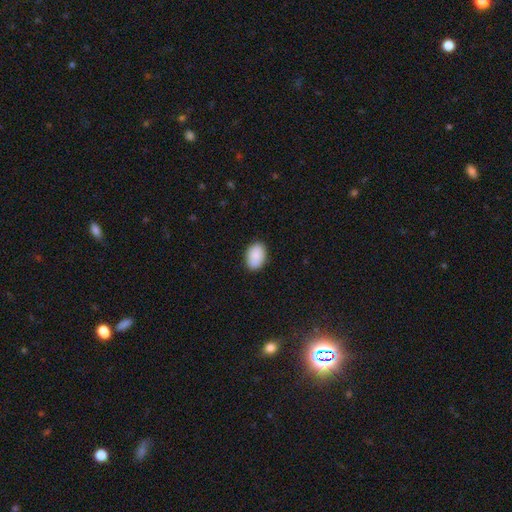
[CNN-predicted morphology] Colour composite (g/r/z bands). It shows a smooth galaxy with no disk features (89%) that is in between round and cigar-shaped (87%). Merging: none (87%).